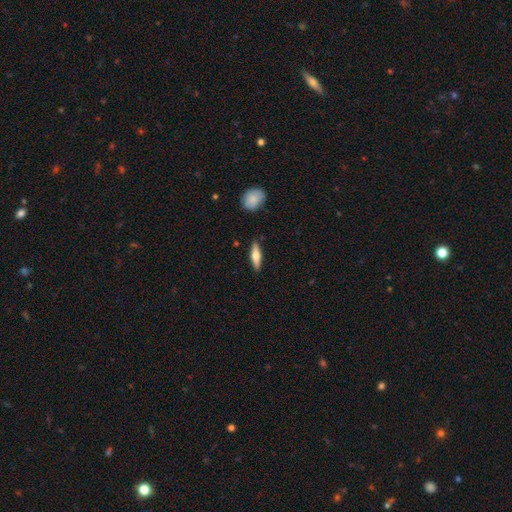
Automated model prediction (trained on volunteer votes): A smooth galaxy with no disk features (54%) that is cigar-shaped (63%).

Vote fractions:
- Smooth or featured? smooth: 54% / featured or disk: 40% / star or artifact: 6%
- How rounded? cigar-shaped: 63% / in between: 35% / round: 2%
- Merging? none: 87% / minor disturbance: 9% / major disturbance: 2% / merger: 2%